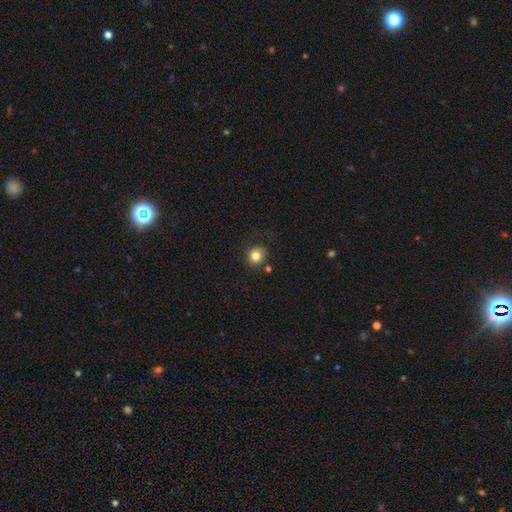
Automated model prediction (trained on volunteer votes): A smooth galaxy with no disk features (82%) that is round (83%). Merging: none (82%).